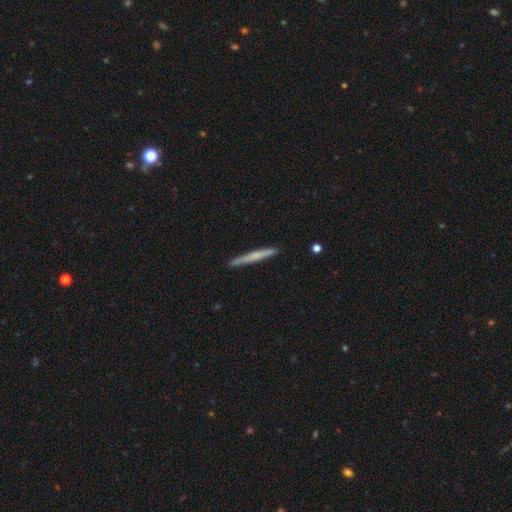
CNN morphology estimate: smooth-or-featured: smooth: 54% | featured or disk: 40% | star or artifact: 6%
  how-rounded: cigar-shaped: 97% | in between: 2% | round: 1%
  merging: none: 89% | minor disturbance: 8% | major disturbance: 1% | merger: 1%